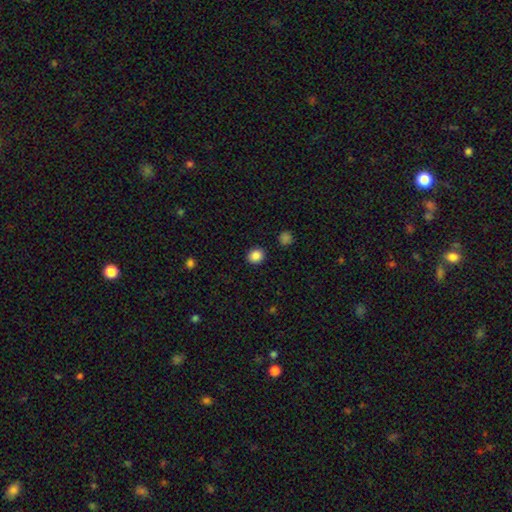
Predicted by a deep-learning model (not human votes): Smooth or featured?
  - smooth: 87% *
  - star or artifact: 10%
  - featured or disk: 3%
How rounded?
  - round: 72% *
  - in between: 27%
  - cigar-shaped: 1%
Merging?
  - none: 89% *
  - minor disturbance: 7%
  - major disturbance: 2%
  - merger: 2%